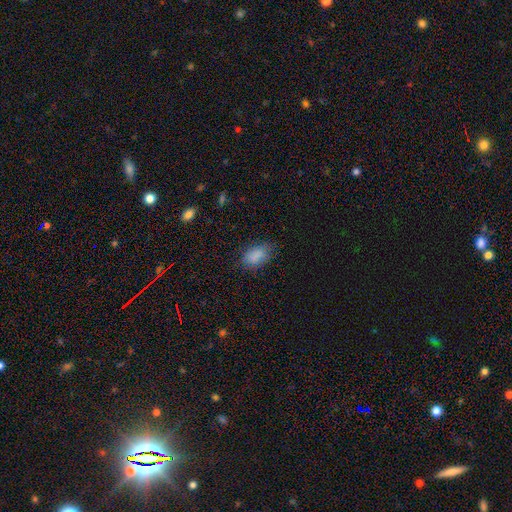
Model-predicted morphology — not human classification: The model was most divided on "merging": none: 69%, minor disturbance: 22%, major disturbance: 7%, merger: 2%. More confident: how rounded — in between (87%); smooth or featured — smooth (82%).